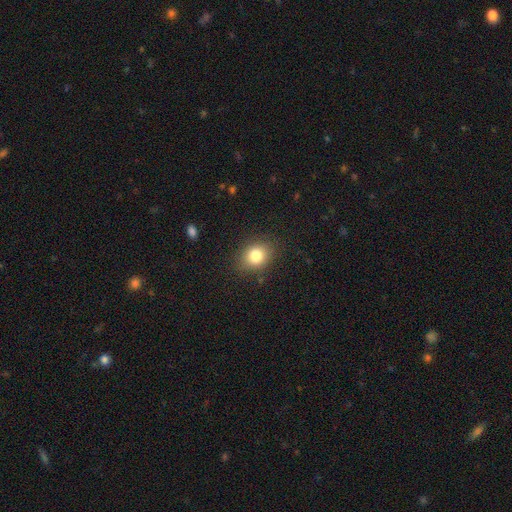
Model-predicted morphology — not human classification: The model was most divided on "how rounded": round: 50%, in between: 49%, cigar-shaped: 1%. More confident: merging — none (85%); smooth or featured — smooth (82%).